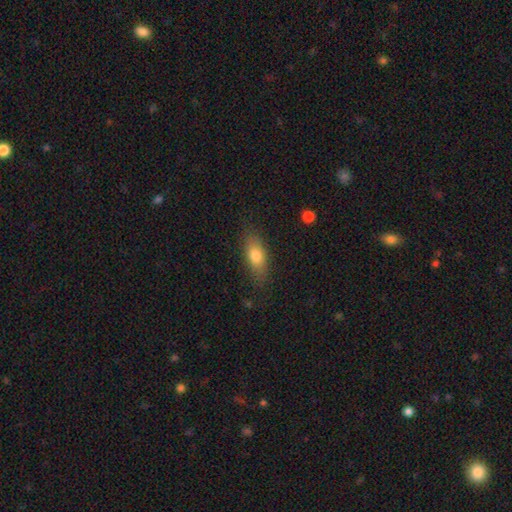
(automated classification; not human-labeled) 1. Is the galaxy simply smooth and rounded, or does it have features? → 75% smooth, 17% featured or disk, 8% star or artifact.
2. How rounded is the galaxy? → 76% in between, 19% cigar-shaped, 5% round.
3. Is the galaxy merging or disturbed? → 79% none, 15% minor disturbance, 4% major disturbance, 1% merger.